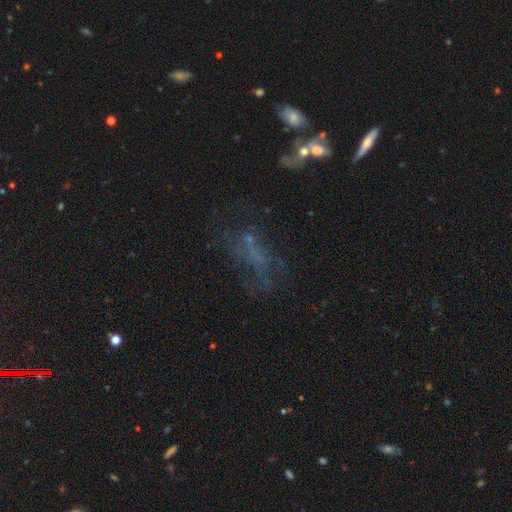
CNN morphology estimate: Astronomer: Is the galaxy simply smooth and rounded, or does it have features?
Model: featured or disk — 37% (runner-up: star or artifact, 34%).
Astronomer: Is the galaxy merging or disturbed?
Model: none — 44% (runner-up: major disturbance, 30%).